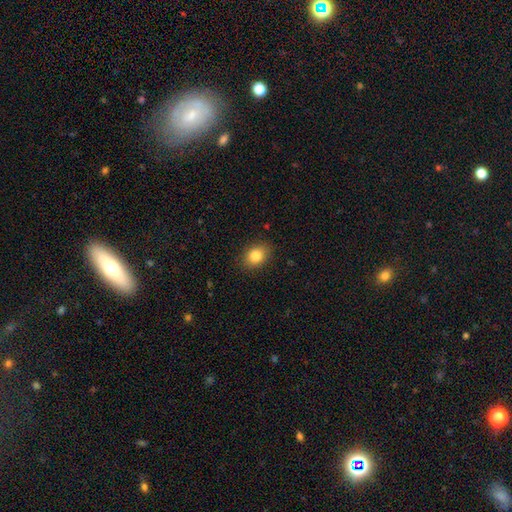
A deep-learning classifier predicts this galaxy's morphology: Q: Smooth or featured?
A: smooth (84%); runner-up: star or artifact (10%)
Q: How rounded?
A: in between (60%); runner-up: round (39%)
Q: Merging?
A: none (87%); runner-up: minor disturbance (9%)